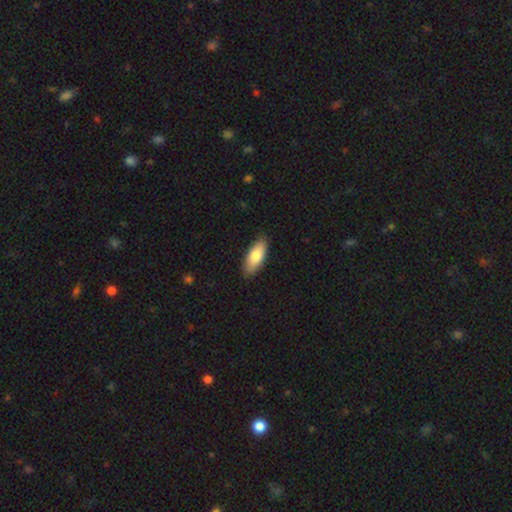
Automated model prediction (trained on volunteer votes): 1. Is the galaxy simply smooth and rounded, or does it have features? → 80% smooth, 15% featured or disk, 6% star or artifact.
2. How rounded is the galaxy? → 81% in between, 17% cigar-shaped, 2% round.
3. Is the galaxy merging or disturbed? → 86% none, 11% minor disturbance, 2% major disturbance, 1% merger.